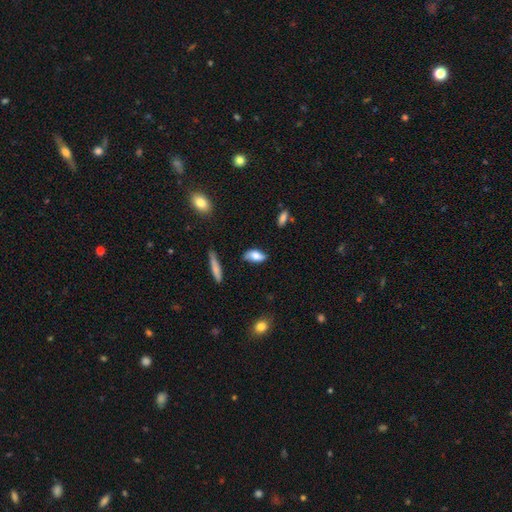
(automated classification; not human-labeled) This is likely a smooth galaxy (73%). How rounded: clearly in between (86%). Merging: likely none (73%).